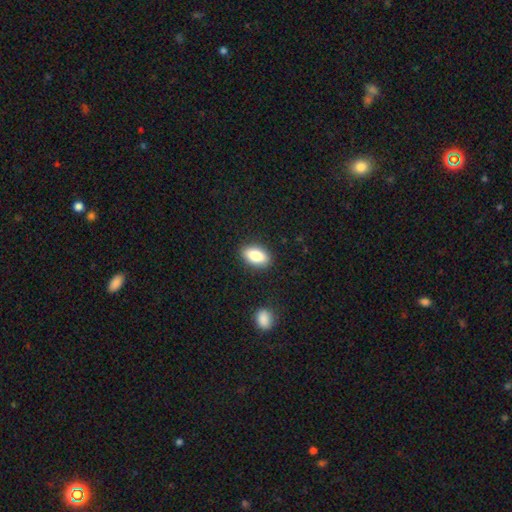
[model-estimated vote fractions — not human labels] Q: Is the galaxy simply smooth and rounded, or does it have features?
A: smooth — 84%.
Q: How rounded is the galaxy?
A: in between — 90%.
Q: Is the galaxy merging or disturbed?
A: none — 88%.